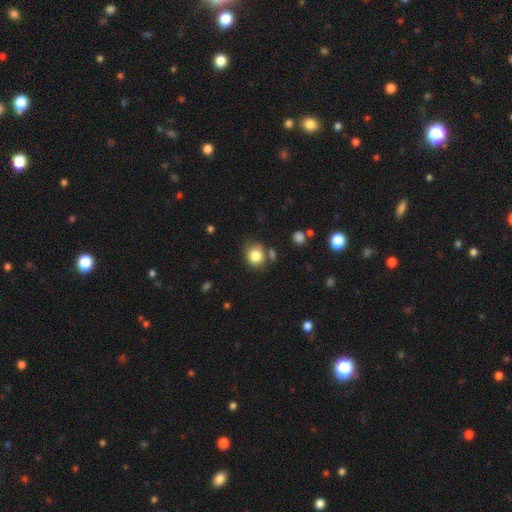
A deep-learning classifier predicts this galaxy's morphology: Smooth or featured? Predicted: smooth (p=0.82). How rounded? Predicted: round (p=0.75). Merging? Predicted: none (p=0.73).